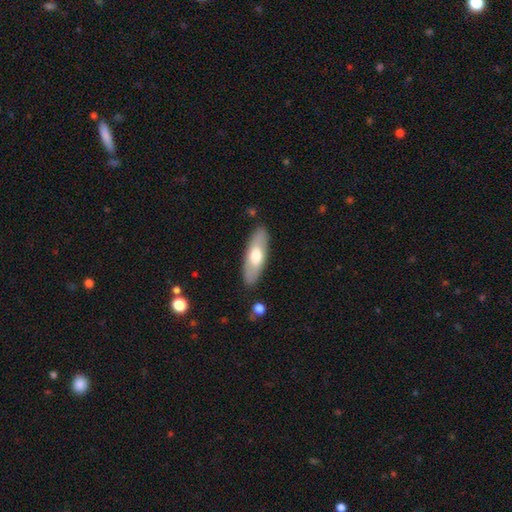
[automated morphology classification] Smooth or featured? smooth (60%)
How rounded? in between (61%)
Merging? none (85%)